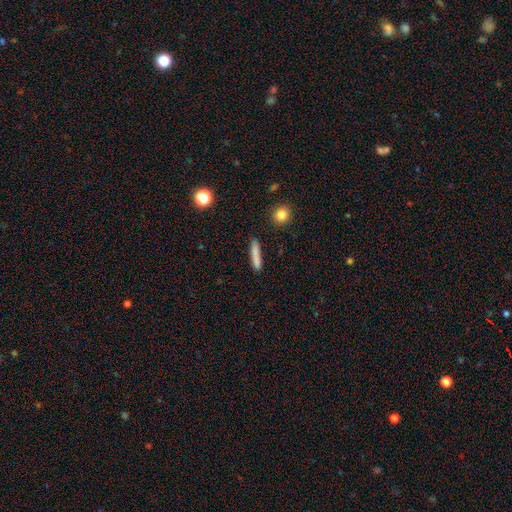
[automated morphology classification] Smooth or featured: smooth — 81% (featured or disk — 11%)
How rounded: cigar-shaped — 88% (in between — 10%)
Merging: none — 84% (minor disturbance — 11%)